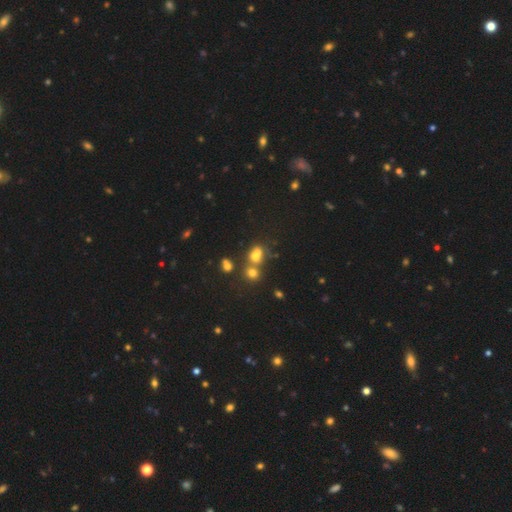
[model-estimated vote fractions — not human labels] This is likely a smooth galaxy (63%). How rounded: possibly in between (58%). Merging: marginally merger (44%).